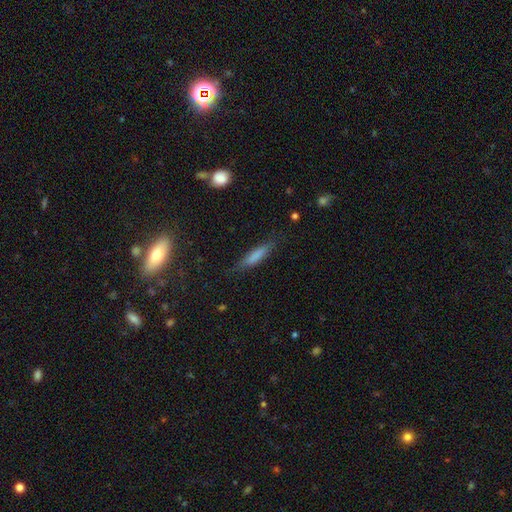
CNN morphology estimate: smooth_or_featured: smooth (p=0.73) [alt: featured or disk p=0.20]
how_rounded: cigar-shaped (p=0.81) [alt: in between p=0.17]
merging: none (p=0.78) [alt: minor disturbance p=0.17]